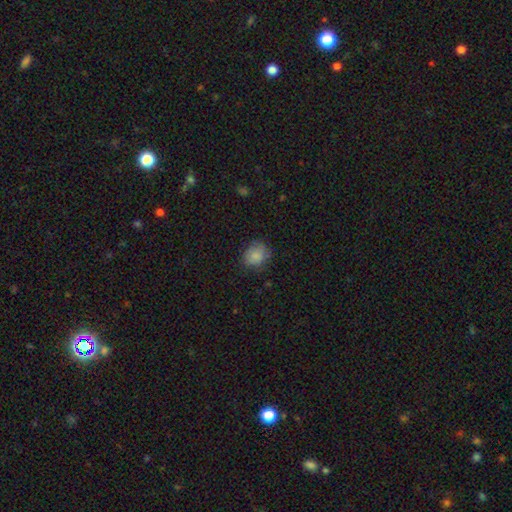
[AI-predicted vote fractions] Q: Smooth or featured?
A: smooth (84%); runner-up: star or artifact (9%)
Q: How rounded?
A: round (69%); runner-up: in between (30%)
Q: Merging?
A: none (74%); runner-up: minor disturbance (19%)